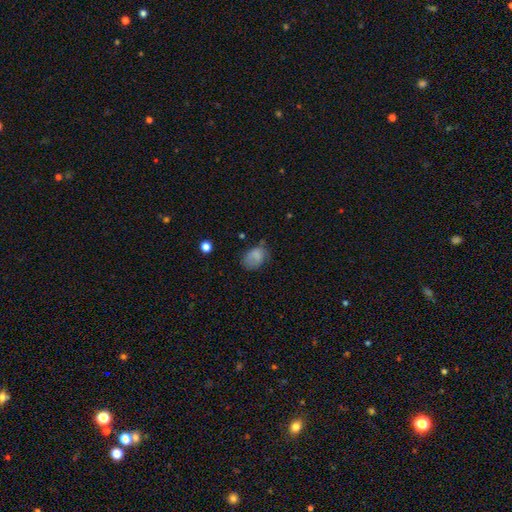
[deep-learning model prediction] Overall: smooth (79%). How rounded: in between (71%). Merging: none (51%; minor disturbance 32%).